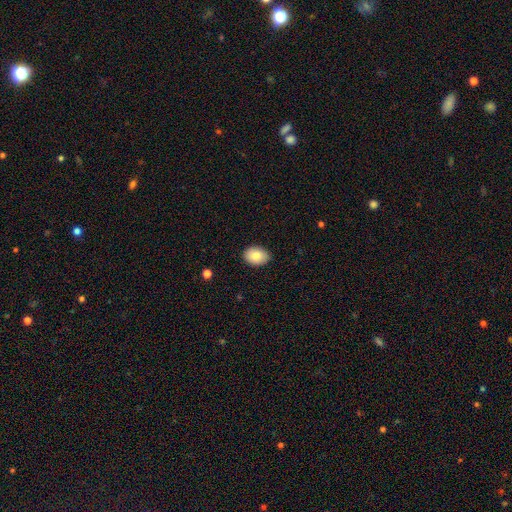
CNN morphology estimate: Smooth or featured?
  - smooth: 83% *
  - featured or disk: 10%
  - star or artifact: 7%
How rounded?
  - in between: 78% *
  - round: 21%
  - cigar-shaped: 1%
Merging?
  - none: 85% *
  - minor disturbance: 12%
  - major disturbance: 2%
  - merger: 1%